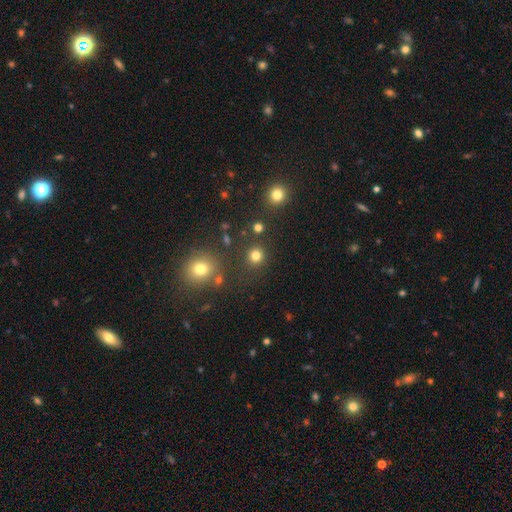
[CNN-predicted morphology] Smooth or featured: smooth — 80% (star or artifact — 16%)
How rounded: round — 91% (in between — 8%)
Merging: none — 86% (minor disturbance — 7%)